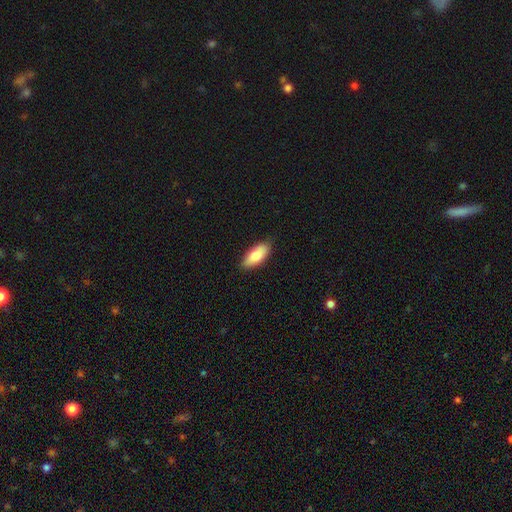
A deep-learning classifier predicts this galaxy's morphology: smooth_or_featured: smooth (p=0.79) [alt: featured or disk p=0.15]
how_rounded: in between (p=0.80) [alt: cigar-shaped p=0.17]
merging: none (p=0.86) [alt: minor disturbance p=0.12]